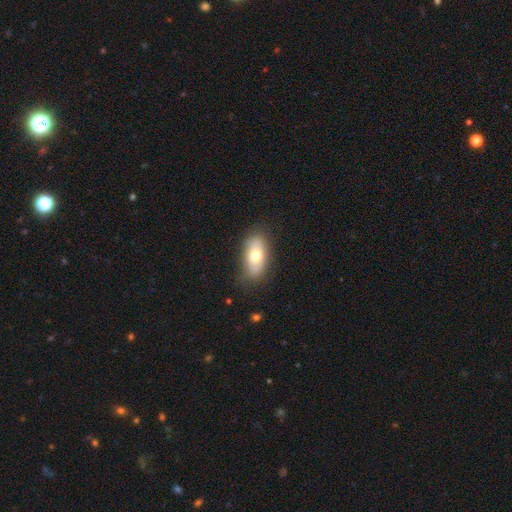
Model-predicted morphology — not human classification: A smooth galaxy with no disk features (67%) that is in between round and cigar-shaped (87%). Merging: none (80%).